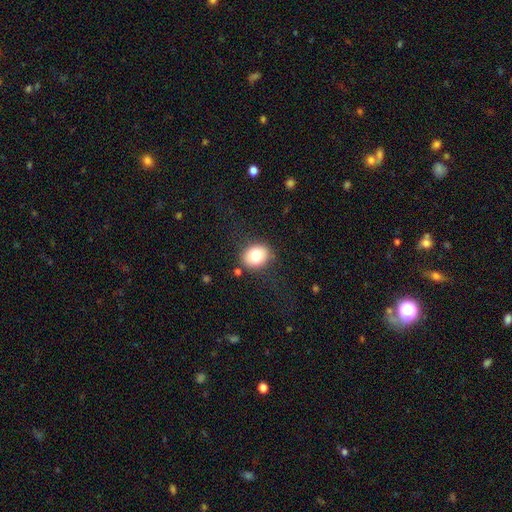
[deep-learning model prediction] smooth-or-featured: smooth: 79% | featured or disk: 12% | star or artifact: 9%
  how-rounded: in between: 50% | round: 49% | cigar-shaped: 1%
  merging: none: 83% | minor disturbance: 11% | major disturbance: 4% | merger: 2%